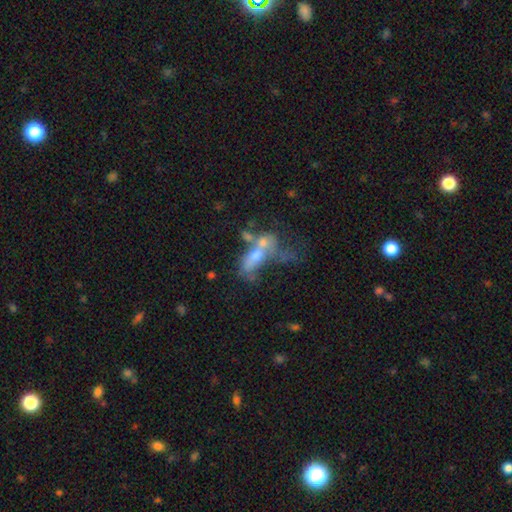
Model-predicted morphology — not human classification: Smooth or featured?
  - featured or disk: 45% *
  - smooth: 41%
  - star or artifact: 14%
Merging?
  - merger: 54% *
  - major disturbance: 22%
  - none: 15%
  - minor disturbance: 9%